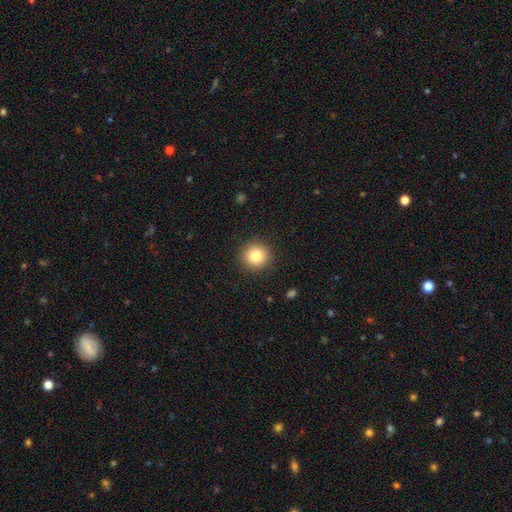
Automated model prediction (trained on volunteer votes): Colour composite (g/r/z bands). It shows a smooth galaxy with no disk features (83%) that is round (94%). Merging: none (91%).